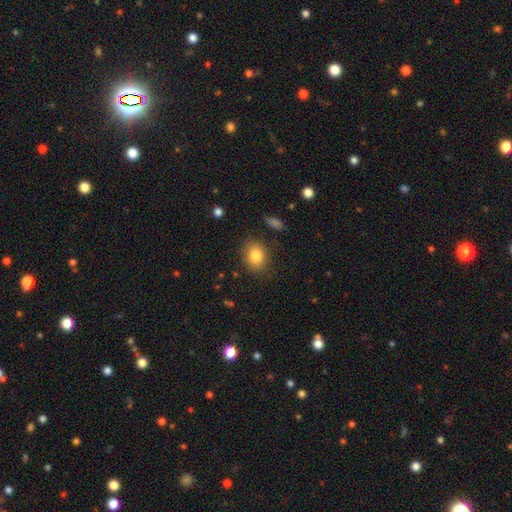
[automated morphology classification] This appears to be a smooth galaxy with no disk features (83%) that is in between round and cigar-shaped (52%). Merging: none (82%).